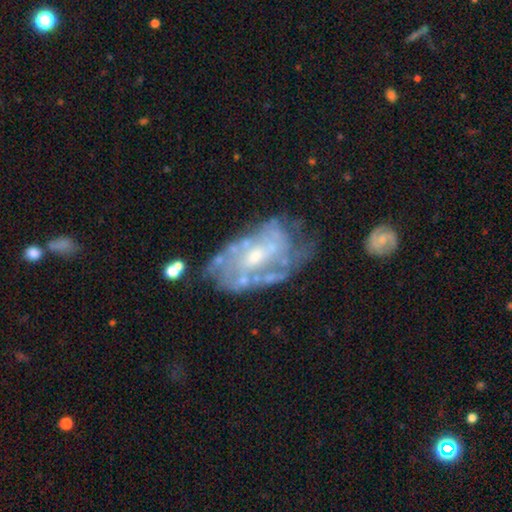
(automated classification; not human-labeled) Q: Smooth or featured?
A: featured or disk (78%); runner-up: smooth (14%)
Q: Edge-on disk?
A: no (96%); runner-up: yes (4%)
Q: Bar?
A: no (59%); runner-up: weak (32%)
Q: Spiral arms?
A: yes (62%); runner-up: no (38%)
Q: Bulge size?
A: small (52%); runner-up: moderate (40%)
Q: Merging?
A: none (46%); runner-up: minor disturbance (26%)